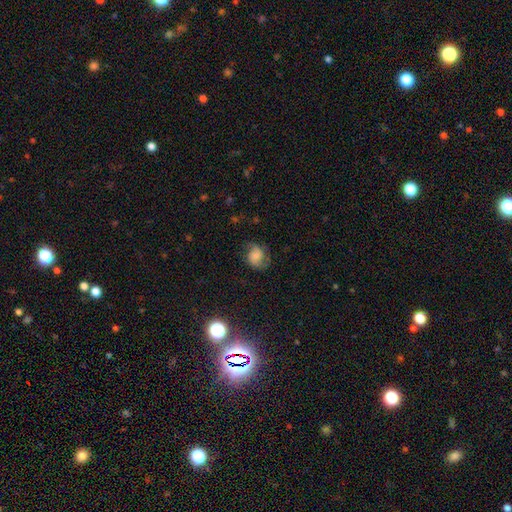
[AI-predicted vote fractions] Smooth or featured? Predicted: featured or disk (p=0.57). Edge-on disk? Predicted: no (p=0.98). Bar? Predicted: no (p=0.60). Spiral arms? Predicted: yes (p=0.92). Spiral winding? Predicted: medium (p=0.48). Spiral arm count? Predicted: 2 (p=0.86). Bulge size? Predicted: small (p=0.27). Merging? Predicted: none (p=0.68).